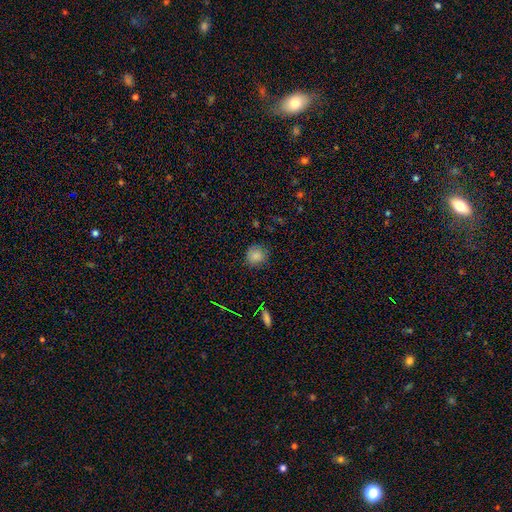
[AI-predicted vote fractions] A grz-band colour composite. It shows a smooth galaxy with no disk features (82%) that is round (90%). Merging: none (82%).